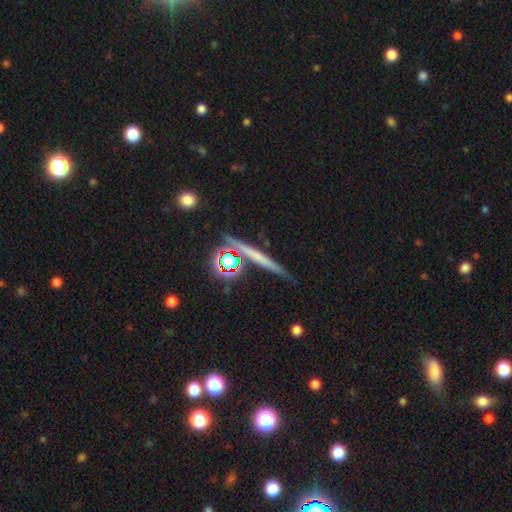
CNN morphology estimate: This appears to be a featured or disk galaxy (41%). Merging: none (82%).